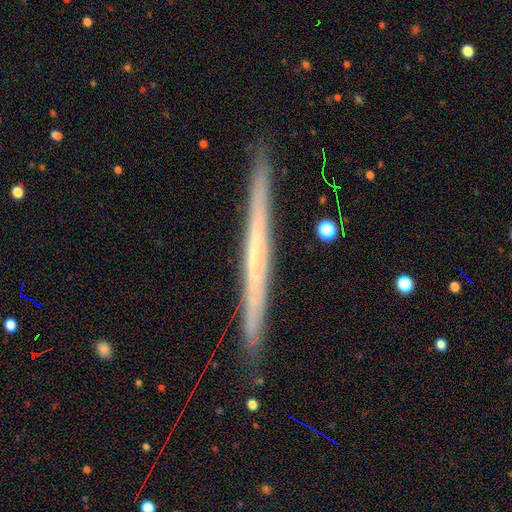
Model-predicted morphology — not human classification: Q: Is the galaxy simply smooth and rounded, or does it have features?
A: featured or disk — 62%.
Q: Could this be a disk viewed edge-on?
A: yes — 97%.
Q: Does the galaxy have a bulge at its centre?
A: none — 89%.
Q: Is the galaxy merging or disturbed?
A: none — 91%.